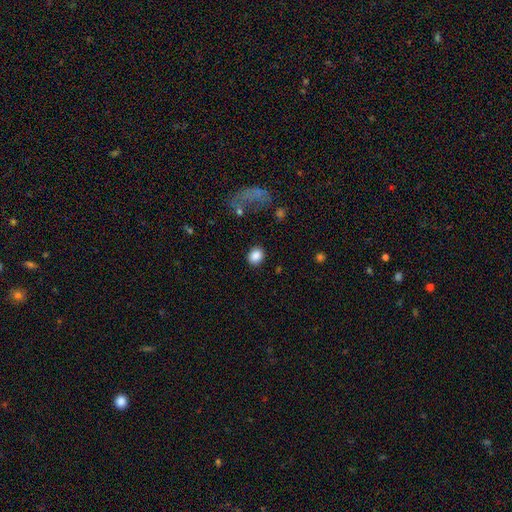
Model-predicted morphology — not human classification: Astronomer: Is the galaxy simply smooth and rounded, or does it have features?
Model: smooth — 87%.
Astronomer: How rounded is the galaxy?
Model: round — 59% (runner-up: in between, 40%).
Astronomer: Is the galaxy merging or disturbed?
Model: none — 86%.